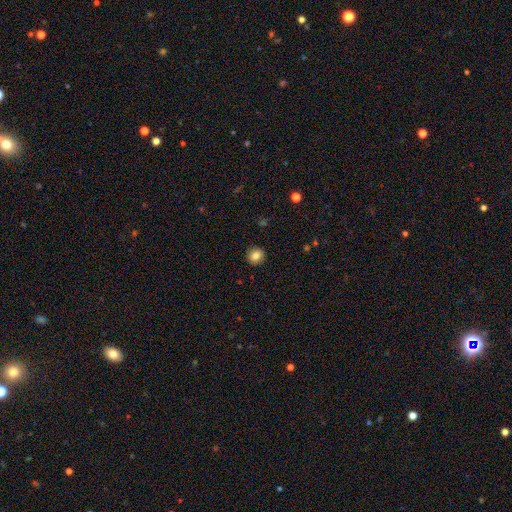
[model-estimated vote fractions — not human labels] Smooth or featured? smooth (84%)
How rounded? round (87%)
Merging? none (91%)